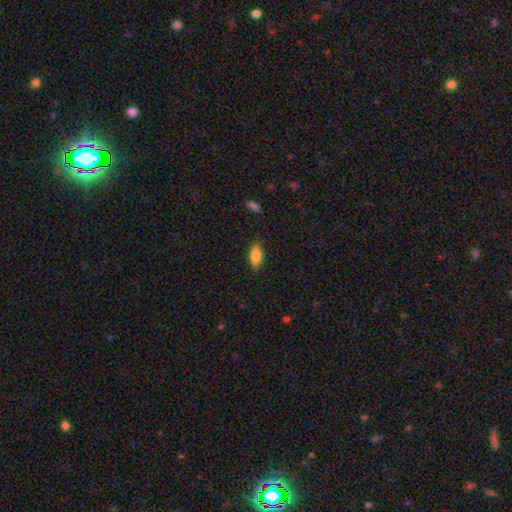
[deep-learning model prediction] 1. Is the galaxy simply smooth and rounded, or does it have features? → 81% smooth, 12% featured or disk, 7% star or artifact.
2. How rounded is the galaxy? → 81% in between, 16% cigar-shaped, 3% round.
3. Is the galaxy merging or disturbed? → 83% none, 13% minor disturbance, 3% major disturbance, 1% merger.